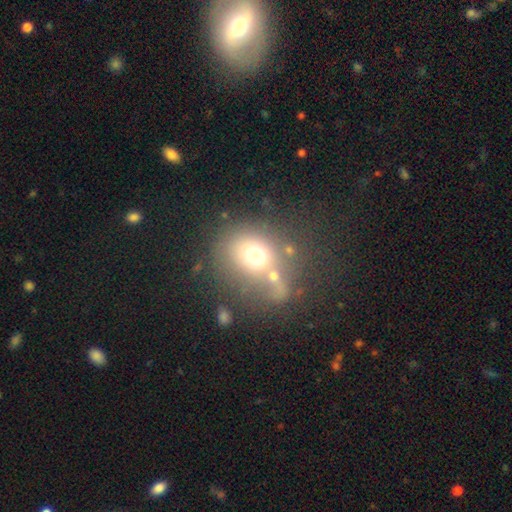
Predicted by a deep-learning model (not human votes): A smooth galaxy with no disk features (65%) that is round (70%).

Vote fractions:
- Smooth or featured? smooth: 65% / featured or disk: 19% / star or artifact: 15%
- How rounded? round: 70% / in between: 29% / cigar-shaped: 1%
- Merging? none: 43% / merger: 28% / minor disturbance: 15% / major disturbance: 13%